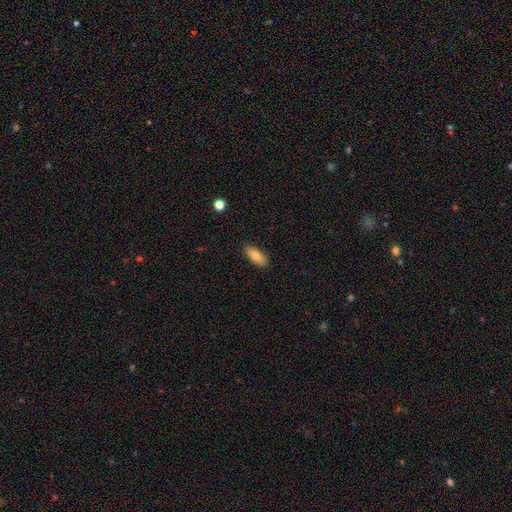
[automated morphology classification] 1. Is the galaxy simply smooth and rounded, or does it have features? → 82% smooth, 11% featured or disk, 7% star or artifact.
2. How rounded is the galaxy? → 84% in between, 14% cigar-shaped, 2% round.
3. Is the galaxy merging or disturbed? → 88% none, 9% minor disturbance, 2% major disturbance, 1% merger.